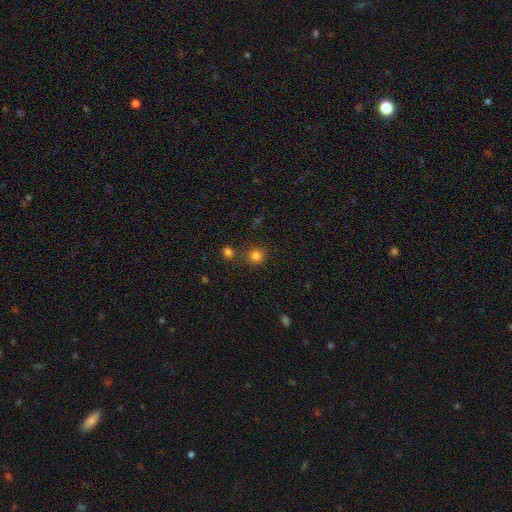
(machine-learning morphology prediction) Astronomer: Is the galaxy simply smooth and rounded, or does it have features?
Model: smooth — 79%.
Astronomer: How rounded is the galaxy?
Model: round — 90%.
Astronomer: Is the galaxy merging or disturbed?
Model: none — 75%.